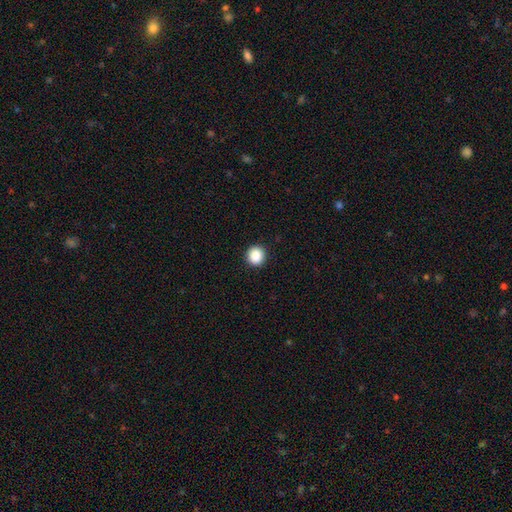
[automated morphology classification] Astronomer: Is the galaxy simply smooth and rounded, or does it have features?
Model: smooth — 88%.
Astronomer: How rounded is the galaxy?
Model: round — 92%.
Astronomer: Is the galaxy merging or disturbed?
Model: none — 92%.